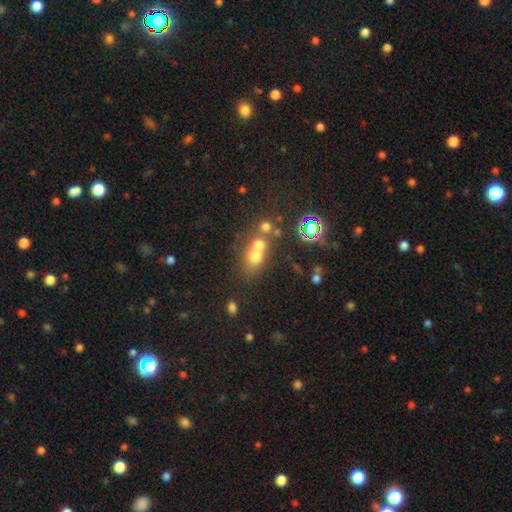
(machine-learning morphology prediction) smooth-or-featured: smooth: 62% | star or artifact: 20% | featured or disk: 18%
  how-rounded: round: 65% | in between: 33% | cigar-shaped: 2%
  merging: merger: 53% | none: 34% | minor disturbance: 8% | major disturbance: 5%